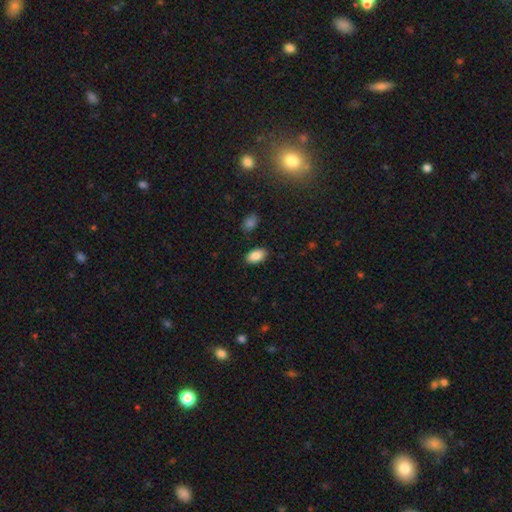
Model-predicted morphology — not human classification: Q: Smooth or featured?
A: smooth (87%); runner-up: star or artifact (7%)
Q: How rounded?
A: in between (93%); runner-up: round (5%)
Q: Merging?
A: none (87%); runner-up: minor disturbance (9%)